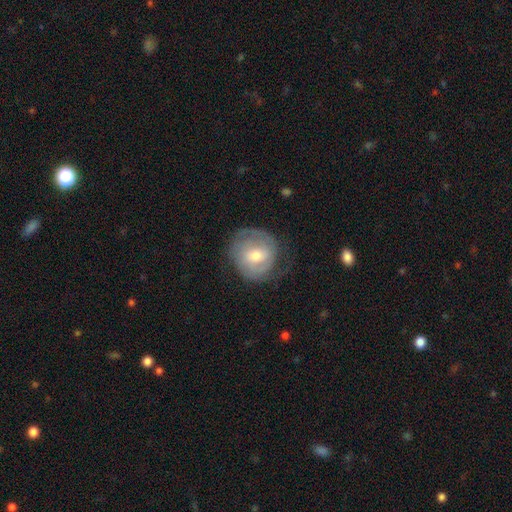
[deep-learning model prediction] This appears to be a featured or disk galaxy (64%) with no bar (44%, tied with weak), 2 (54%) tight (56%) spiral arms (81%) and a moderate central bulge (58%). Merging: none (64%).